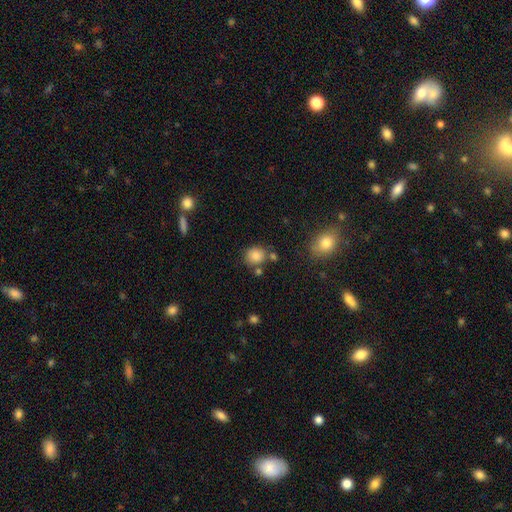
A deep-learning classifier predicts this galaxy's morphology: Smooth or featured: smooth — 84% (star or artifact — 10%)
How rounded: round — 79% (in between — 19%)
Merging: none — 71% (minor disturbance — 13%)